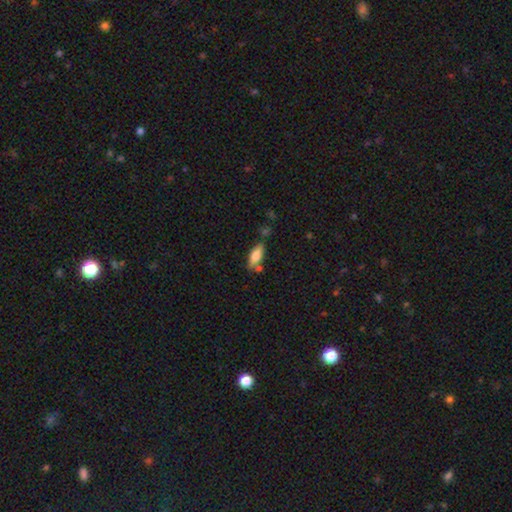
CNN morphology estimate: smooth 72%, featured or disk 21%, star or artifact 7%. Down the decision tree: how rounded — in between (70%); merging — none (69%).